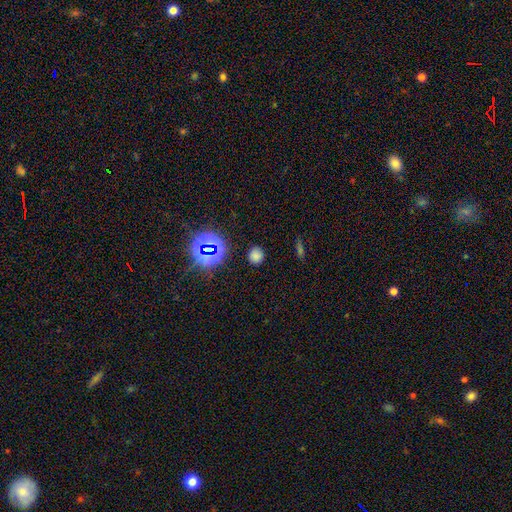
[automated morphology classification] smooth_or_featured: smooth (p=0.68) [alt: star or artifact p=0.26]
how_rounded: round (p=0.82) [alt: in between p=0.17]
merging: none (p=0.85) [alt: minor disturbance p=0.10]